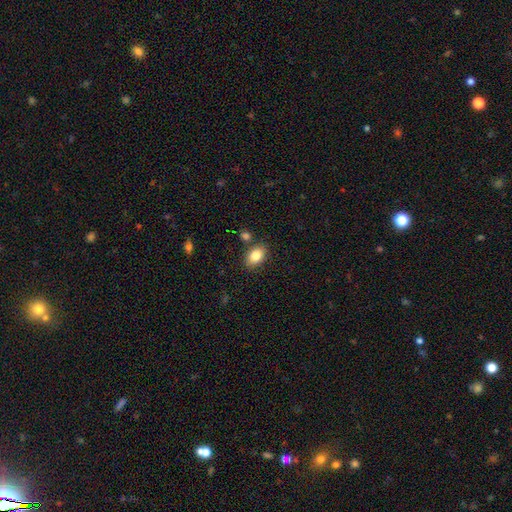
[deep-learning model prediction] smooth_or_featured: smooth (p=0.84) [alt: featured or disk p=0.08]
how_rounded: in between (p=0.85) [alt: round p=0.14]
merging: none (p=0.81) [alt: minor disturbance p=0.11]